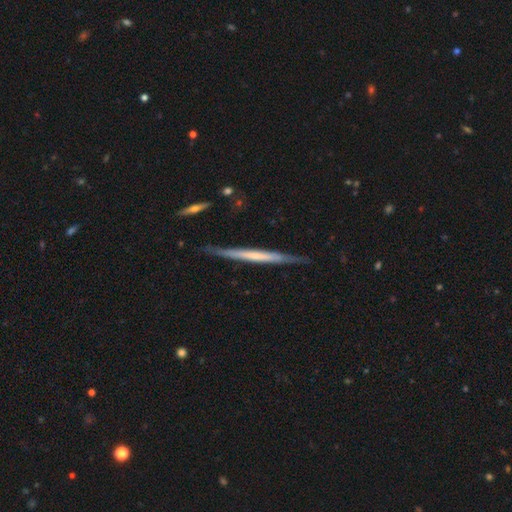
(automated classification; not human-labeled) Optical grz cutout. It shows a featured or disk galaxy (61%) viewed edge-on (96%) with no central bulge (78%). Merging: none (83%).